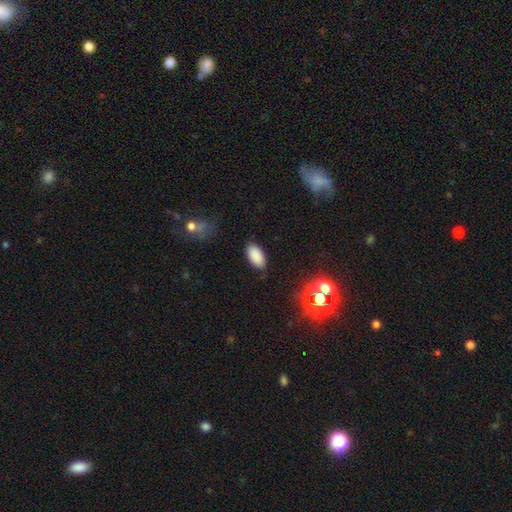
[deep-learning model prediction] Overall: smooth (86%). How rounded: in between (94%). Merging: none (84%).